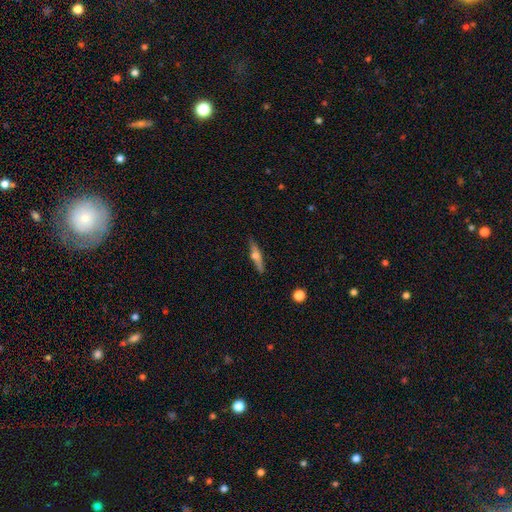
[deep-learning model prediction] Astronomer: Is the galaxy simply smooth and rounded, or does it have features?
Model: featured or disk — 57% (runner-up: smooth, 36%).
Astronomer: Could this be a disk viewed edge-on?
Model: yes — 96%.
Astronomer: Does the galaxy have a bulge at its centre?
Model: rounded — 88%.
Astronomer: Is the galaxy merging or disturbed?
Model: none — 86%.